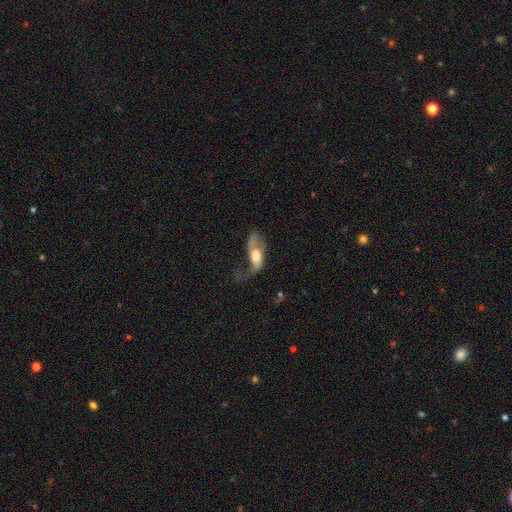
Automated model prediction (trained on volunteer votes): This appears to be a featured or disk galaxy (58%). Merging: major disturbance (48%).